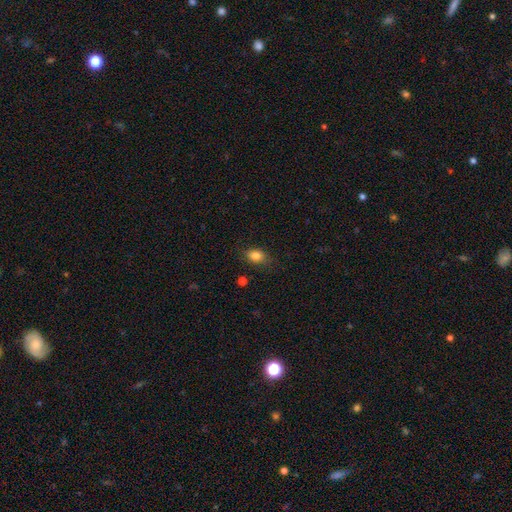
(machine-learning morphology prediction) smooth_or_featured: smooth (p=0.84) [alt: star or artifact p=0.10]
how_rounded: in between (p=0.75) [alt: round p=0.23]
merging: none (p=0.80) [alt: minor disturbance p=0.15]